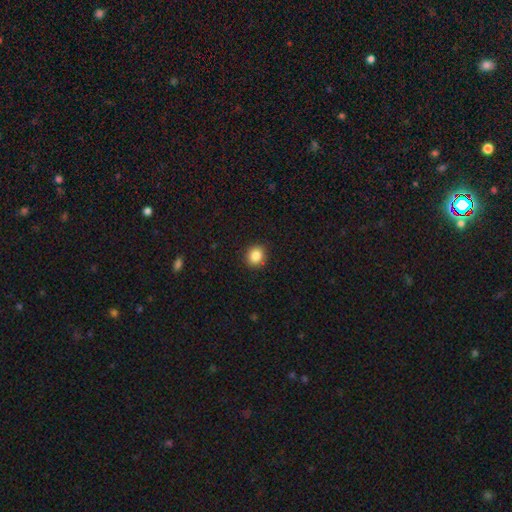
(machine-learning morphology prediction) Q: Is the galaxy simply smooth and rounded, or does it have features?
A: smooth — 86%.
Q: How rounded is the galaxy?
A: round — 80%.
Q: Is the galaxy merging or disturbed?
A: none — 91%.